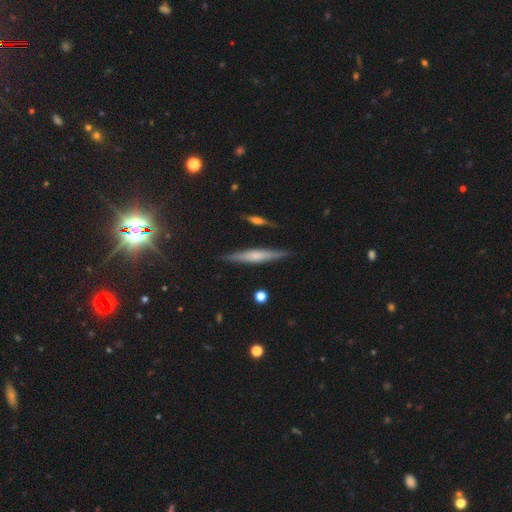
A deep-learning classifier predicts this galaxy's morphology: featured or disk 55%, smooth 37%, star or artifact 8%. Down the decision tree: edge-on disk — yes (95%); edge-on bulge — rounded (57%); merging — none (86%).